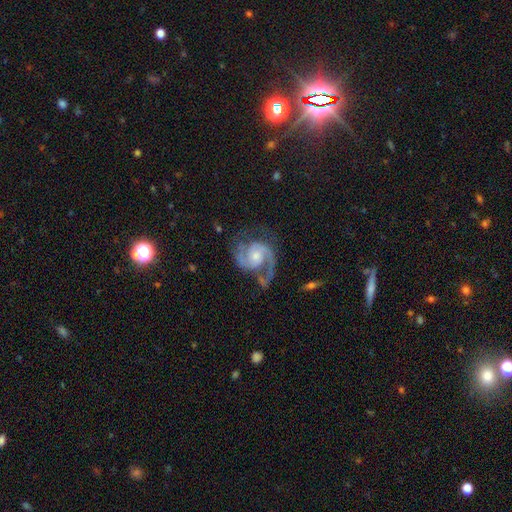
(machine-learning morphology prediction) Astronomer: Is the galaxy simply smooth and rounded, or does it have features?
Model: featured or disk — 92%.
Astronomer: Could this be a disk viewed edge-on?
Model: no — 98%.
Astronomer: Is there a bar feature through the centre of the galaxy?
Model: no — 63%.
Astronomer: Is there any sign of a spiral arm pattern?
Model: yes — 98%.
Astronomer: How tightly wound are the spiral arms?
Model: medium — 57%.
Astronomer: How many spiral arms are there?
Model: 2 — 89%.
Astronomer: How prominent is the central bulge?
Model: moderate — 43% (runner-up: small, 40%).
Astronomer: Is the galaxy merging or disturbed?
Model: none — 65%.